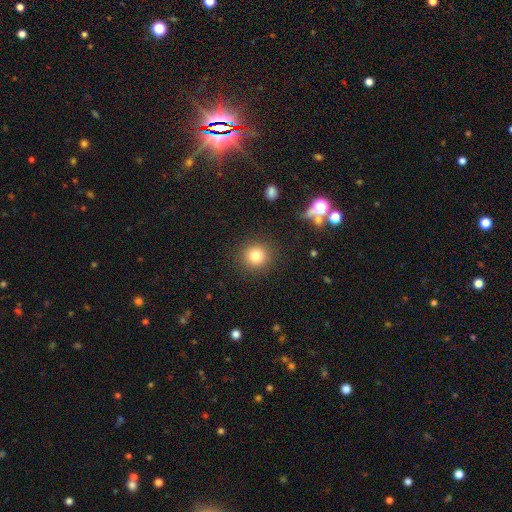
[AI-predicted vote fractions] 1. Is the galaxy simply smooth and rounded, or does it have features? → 82% smooth, 12% star or artifact, 7% featured or disk.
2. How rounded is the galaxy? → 90% round, 9% in between, 1% cigar-shaped.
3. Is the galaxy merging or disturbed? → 89% none, 7% minor disturbance, 3% major disturbance, 1% merger.